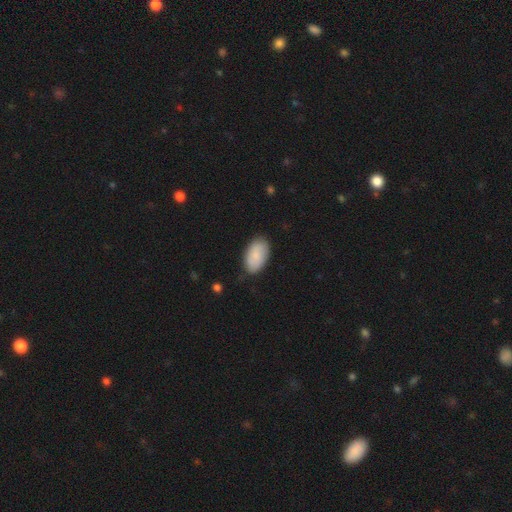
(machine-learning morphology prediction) This appears to be a smooth galaxy with no disk features (83%) that is in between round and cigar-shaped (95%). Merging: none (82%).